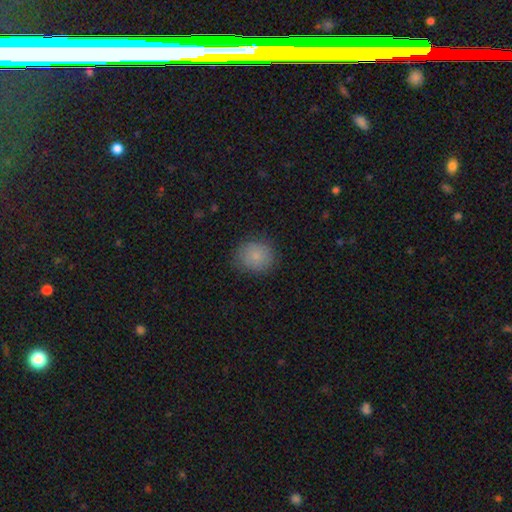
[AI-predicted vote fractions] Smooth or featured: smooth — 82% (featured or disk — 10%)
How rounded: round — 79% (in between — 20%)
Merging: none — 79% (minor disturbance — 16%)